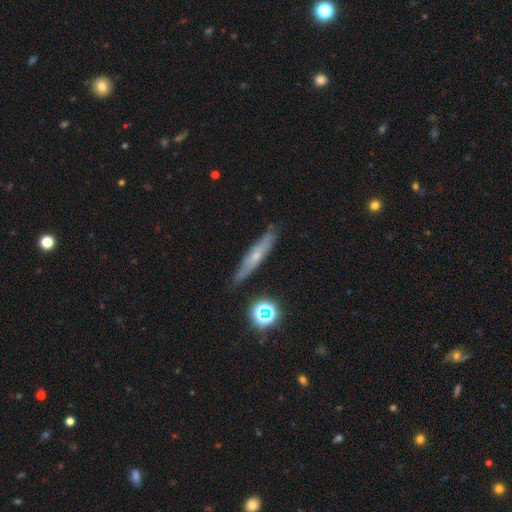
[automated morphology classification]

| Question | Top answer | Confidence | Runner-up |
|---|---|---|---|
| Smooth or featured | featured or disk | 47% | smooth (42%) |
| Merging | none | 80% | minor disturbance (15%) |